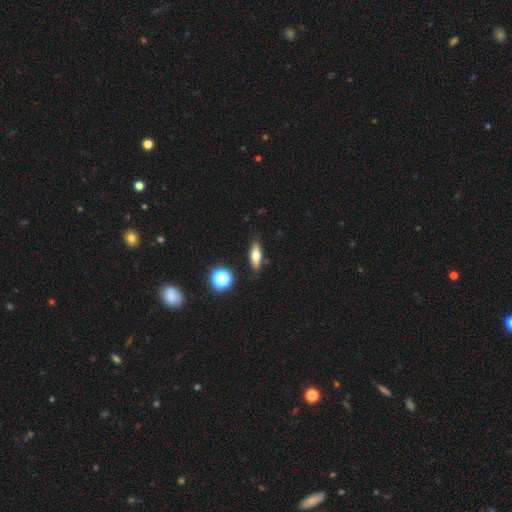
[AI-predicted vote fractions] This is possibly a smooth galaxy (58%). How rounded: possibly in between (49%). Merging: clearly none (86%).